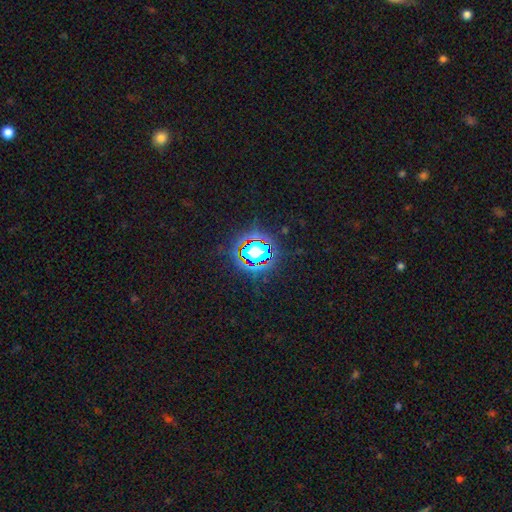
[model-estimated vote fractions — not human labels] smooth-or-featured: star or artifact: 69% | smooth: 20% | featured or disk: 11%